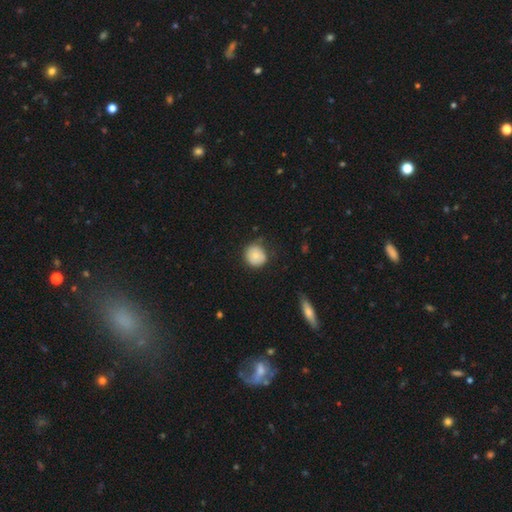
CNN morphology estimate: Smooth or featured?
  - smooth: 78% *
  - featured or disk: 14%
  - star or artifact: 8%
How rounded?
  - round: 88% *
  - in between: 11%
  - cigar-shaped: 1%
Merging?
  - none: 72% *
  - minor disturbance: 21%
  - major disturbance: 5%
  - merger: 2%